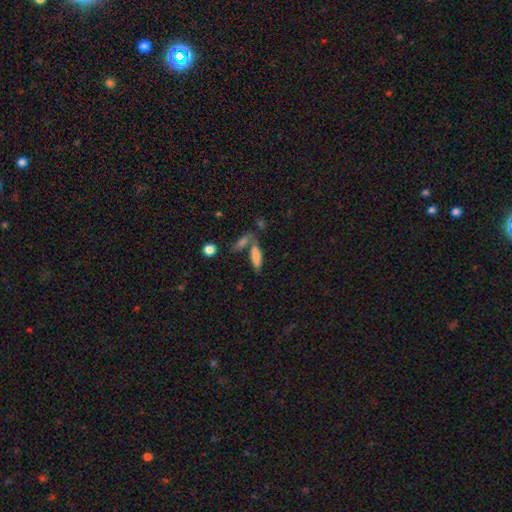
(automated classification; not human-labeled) The model was most divided on "how rounded": cigar-shaped: 51%, in between: 47%, round: 2%. More confident: smooth or featured — smooth (79%); merging — none (52%).